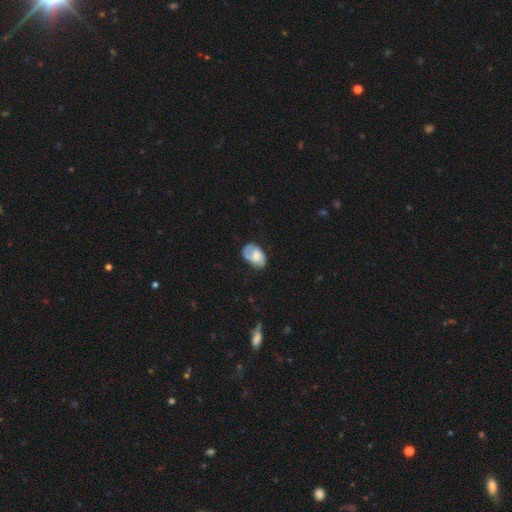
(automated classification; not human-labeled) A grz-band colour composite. It shows a smooth galaxy with no disk features (52%) that is in between round and cigar-shaped (88%). Merging: none (52%).